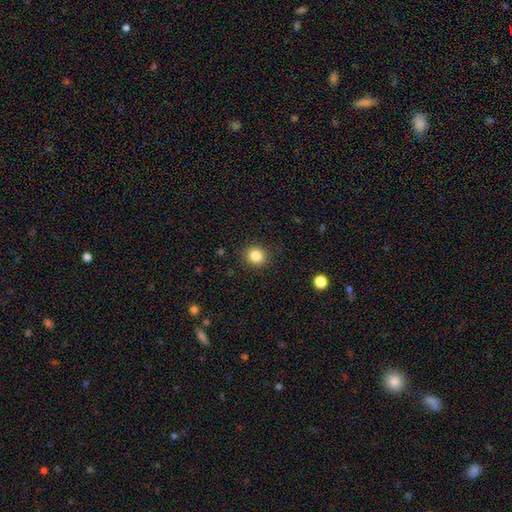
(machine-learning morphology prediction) smooth 84%, star or artifact 11%, featured or disk 5%. Down the decision tree: how rounded — round (86%); merging — none (90%).